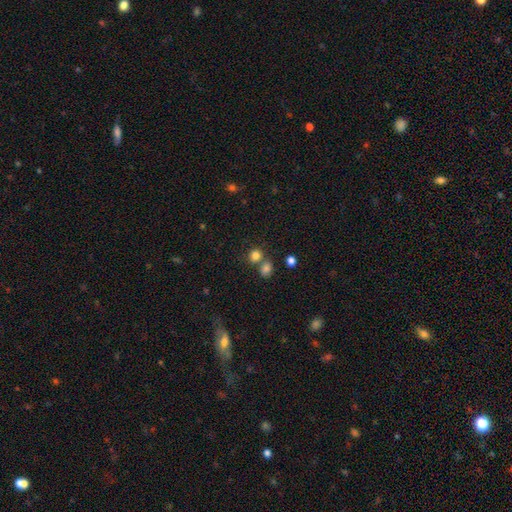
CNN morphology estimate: A smooth galaxy with no disk features (80%) that is round (76%). Merging: none (57%).